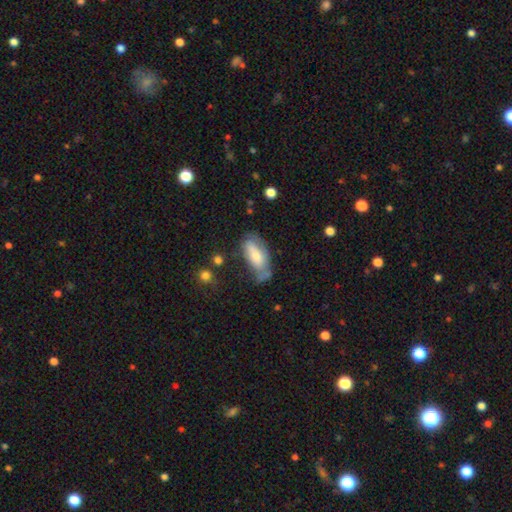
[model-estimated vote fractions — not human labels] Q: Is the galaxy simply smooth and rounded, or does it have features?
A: smooth — 56%.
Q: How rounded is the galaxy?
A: in between — 84%.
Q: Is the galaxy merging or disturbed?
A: none — 44%.